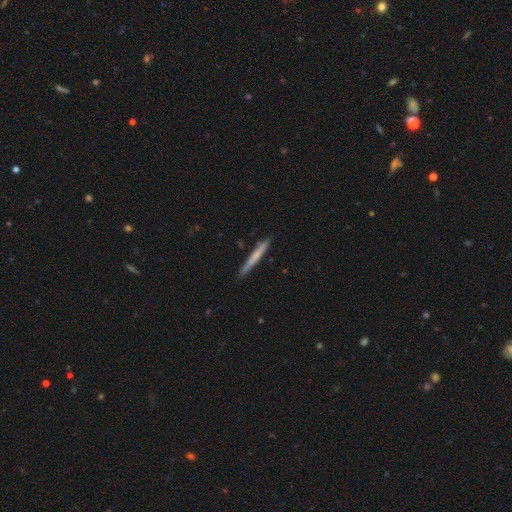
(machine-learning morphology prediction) smooth 59%, featured or disk 36%, star or artifact 5%. Down the decision tree: how rounded — cigar-shaped (97%); merging — none (87%).